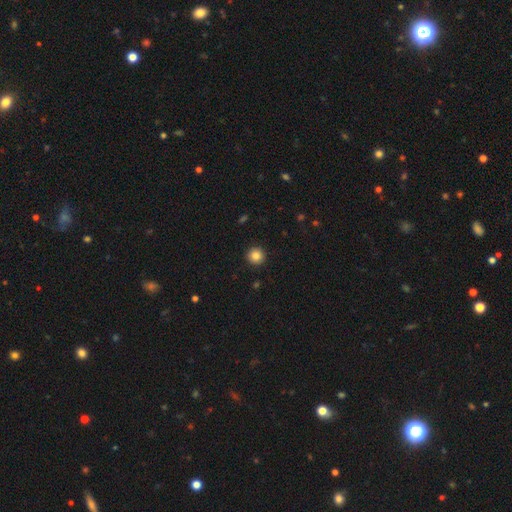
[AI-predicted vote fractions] A smooth galaxy with no disk features (85%) that is round (95%). Merging: none (93%).